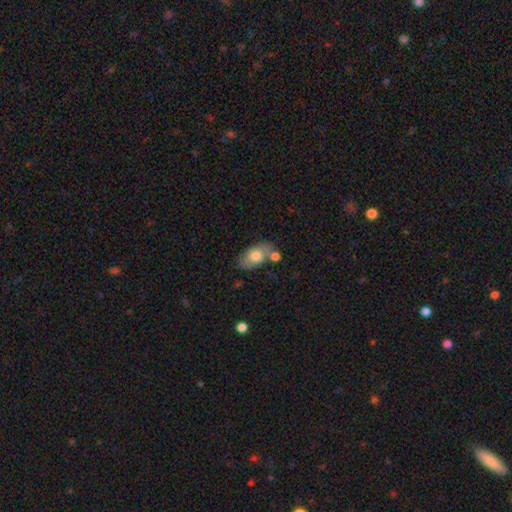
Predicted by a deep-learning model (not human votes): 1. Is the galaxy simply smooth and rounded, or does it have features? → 72% smooth, 22% featured or disk, 6% star or artifact.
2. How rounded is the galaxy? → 91% in between, 7% round, 2% cigar-shaped.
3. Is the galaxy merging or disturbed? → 58% none, 20% merger, 17% minor disturbance, 5% major disturbance.